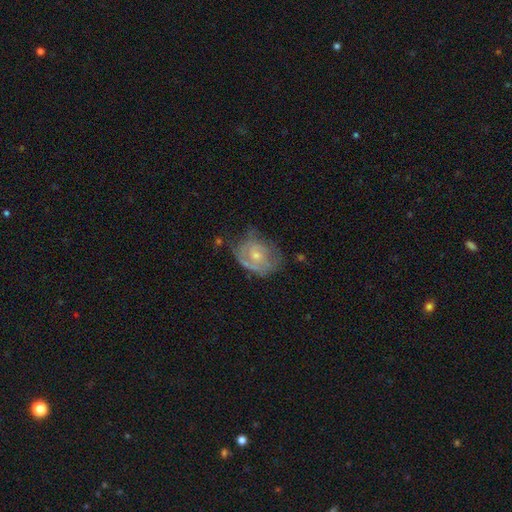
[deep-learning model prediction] The model was most divided on "spiral arm count": can't tell: 39%, 2: 33%, 1: 14%, 3: 9%, 4: 3%, more than 4: 2%. Remaining: edge-on disk — no (97%); spiral arms — yes (76%); bar — no (71%); smooth or featured — featured or disk (69%); spiral winding — tight (56%); bulge size — small (54%); merging — none (49%).